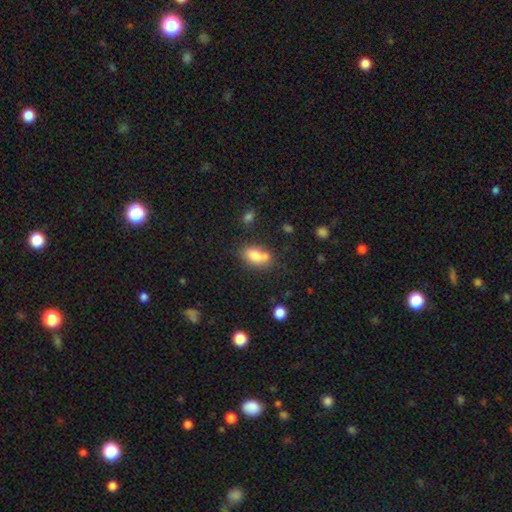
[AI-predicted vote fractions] smooth_or_featured: smooth (p=0.78) [alt: featured or disk p=0.13]
how_rounded: in between (p=0.83) [alt: round p=0.12]
merging: none (p=0.46) [alt: merger p=0.31]